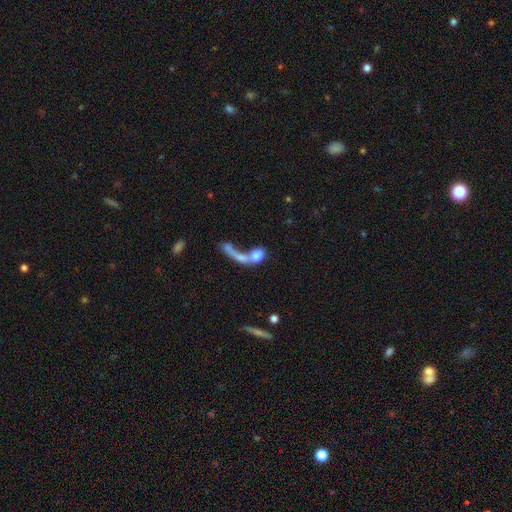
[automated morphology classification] This is likely a smooth galaxy (67%). How rounded: possibly in between (51%). Merging: possibly merger (57%).